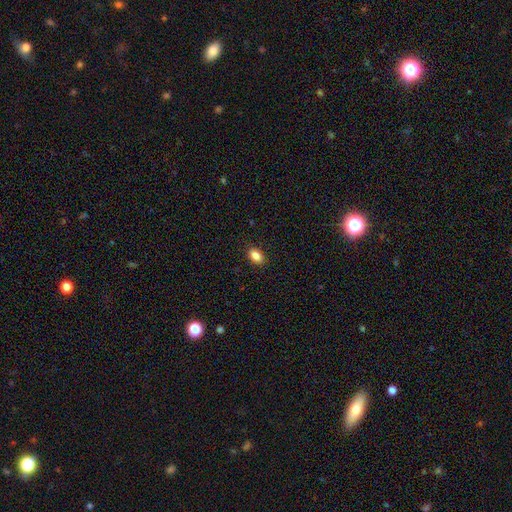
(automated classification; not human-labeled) Smooth or featured? Predicted: smooth (p=0.87). How rounded? Predicted: in between (p=0.87). Merging? Predicted: none (p=0.90).